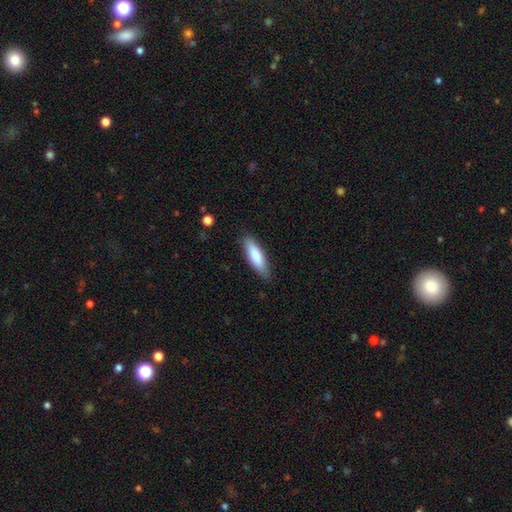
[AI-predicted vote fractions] Smooth or featured?
  - smooth: 77% *
  - featured or disk: 18%
  - star or artifact: 5%
How rounded?
  - cigar-shaped: 55% *
  - in between: 44%
  - round: 1%
Merging?
  - none: 84% *
  - minor disturbance: 13%
  - major disturbance: 2%
  - merger: 1%